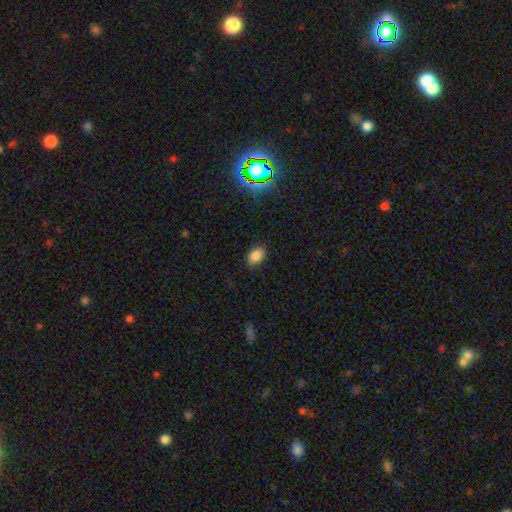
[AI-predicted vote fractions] A smooth galaxy with no disk features (85%) that is in between round and cigar-shaped (88%). Merging: none (85%).